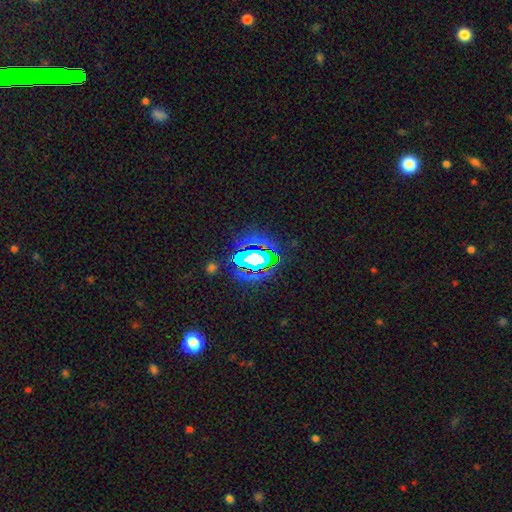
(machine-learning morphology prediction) Smooth or featured? star or artifact (71%)